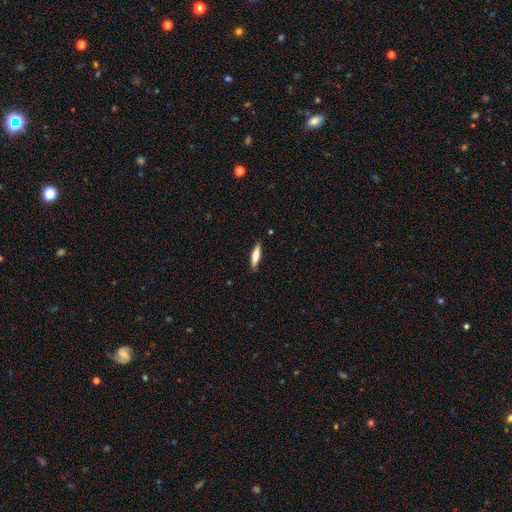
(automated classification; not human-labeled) This is likely a smooth galaxy (62%). How rounded: likely cigar-shaped (74%). Merging: clearly none (84%).